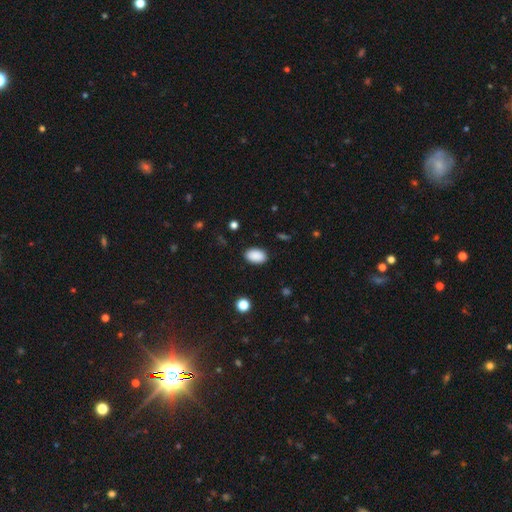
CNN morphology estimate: This is clearly a smooth galaxy (90%). How rounded: clearly in between (90%). Merging: clearly none (88%).